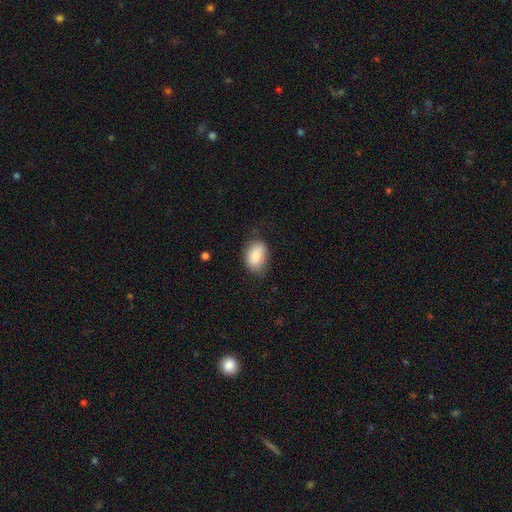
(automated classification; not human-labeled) smooth 82%, featured or disk 11%, star or artifact 7%. Down the decision tree: how rounded — in between (82%); merging — none (68%).